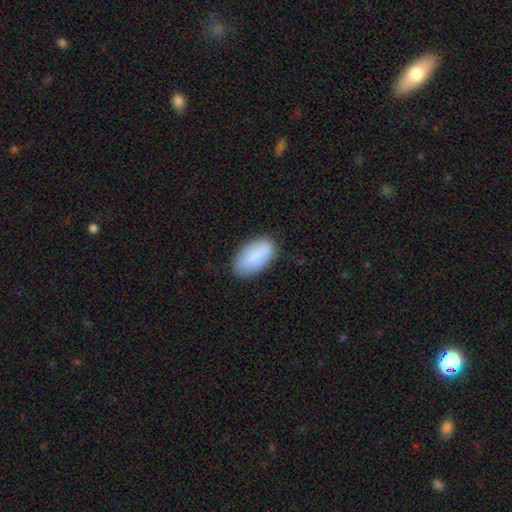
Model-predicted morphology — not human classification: smooth 82%, featured or disk 12%, star or artifact 6%. Down the decision tree: how rounded — in between (94%); merging — none (80%).